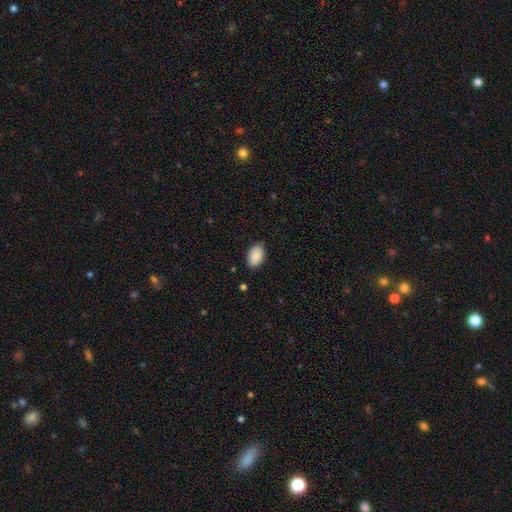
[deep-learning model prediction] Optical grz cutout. It shows a smooth galaxy with no disk features (90%) that is in between round and cigar-shaped (91%). Merging: none (87%).